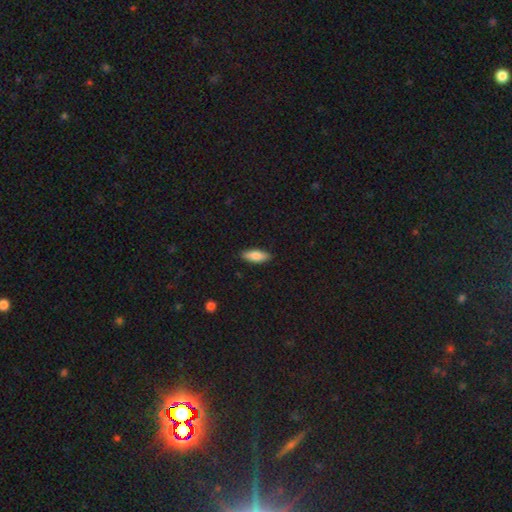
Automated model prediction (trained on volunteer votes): Overall: smooth (81%). How rounded: in between (72%). Merging: none (88%).